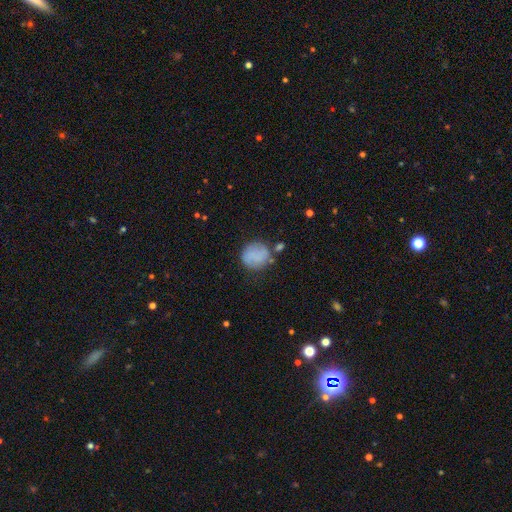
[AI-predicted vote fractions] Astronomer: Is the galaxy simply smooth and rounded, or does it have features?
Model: smooth — 74%.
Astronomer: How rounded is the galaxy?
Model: round — 82%.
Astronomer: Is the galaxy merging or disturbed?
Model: none — 65%.